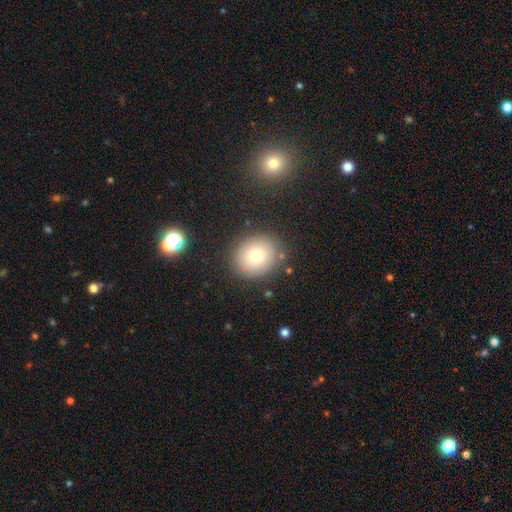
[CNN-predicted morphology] Smooth or featured: smooth — 75% (featured or disk — 13%)
How rounded: round — 75% (in between — 24%)
Merging: none — 84% (minor disturbance — 10%)